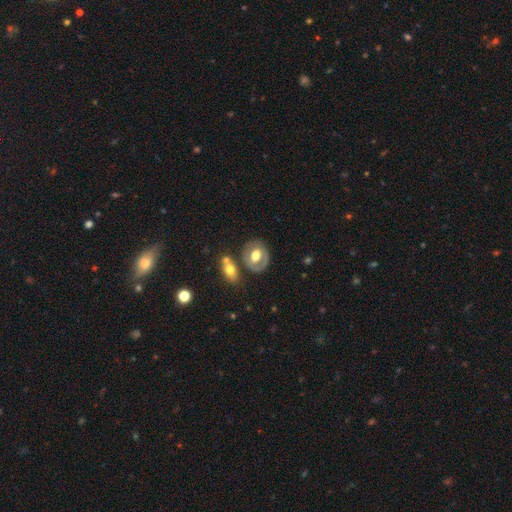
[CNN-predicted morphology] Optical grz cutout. It shows a smooth galaxy with no disk features (48%). Merging: none (65%).